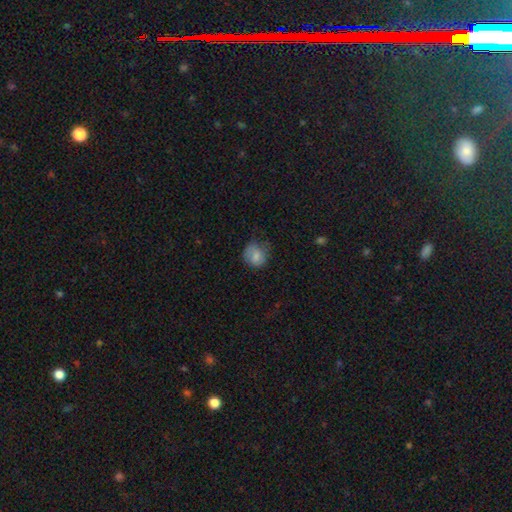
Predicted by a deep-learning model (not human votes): Smooth or featured?
  - smooth: 76% *
  - featured or disk: 15%
  - star or artifact: 9%
How rounded?
  - round: 69% *
  - in between: 30%
  - cigar-shaped: 1%
Merging?
  - none: 56% *
  - minor disturbance: 30%
  - major disturbance: 13%
  - merger: 2%